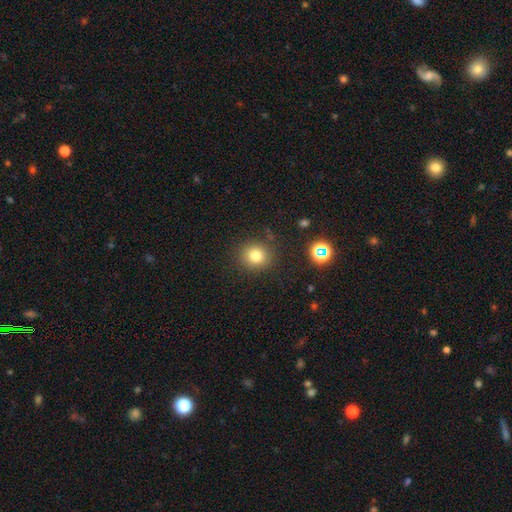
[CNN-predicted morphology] smooth 78%, star or artifact 15%, featured or disk 7%. Down the decision tree: how rounded — round (88%); merging — none (87%).